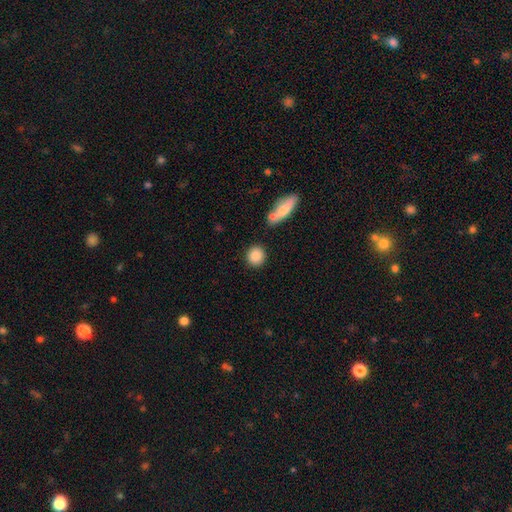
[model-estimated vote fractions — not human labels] Q: Smooth or featured?
A: smooth (86%); runner-up: star or artifact (8%)
Q: How rounded?
A: round (84%); runner-up: in between (14%)
Q: Merging?
A: none (84%); runner-up: minor disturbance (8%)